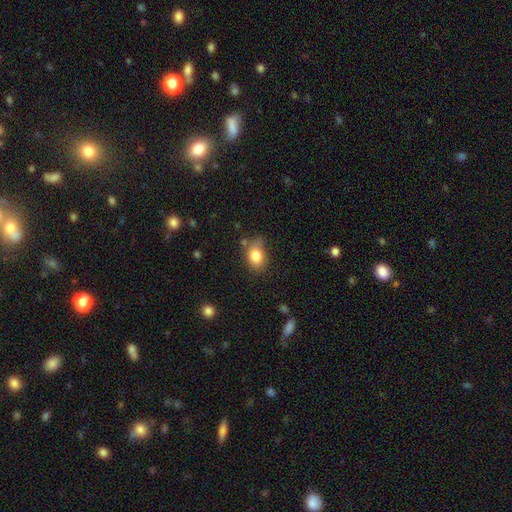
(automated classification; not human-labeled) Morphology: type=smooth (82%); roundness=in between (70%); merging=none (60%).